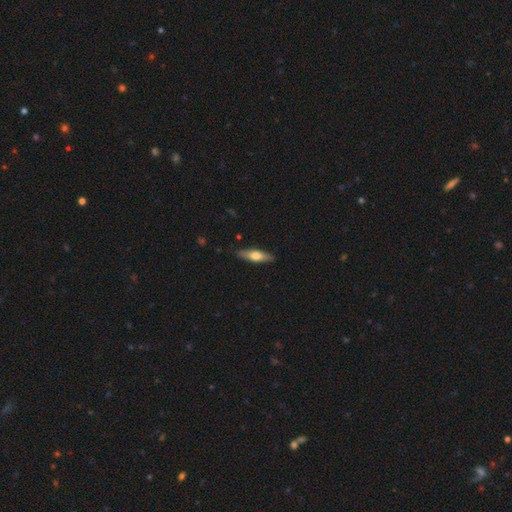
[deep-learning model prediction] This appears to be a smooth galaxy with no disk features (54%) that is cigar-shaped (65%). Merging: none (87%).